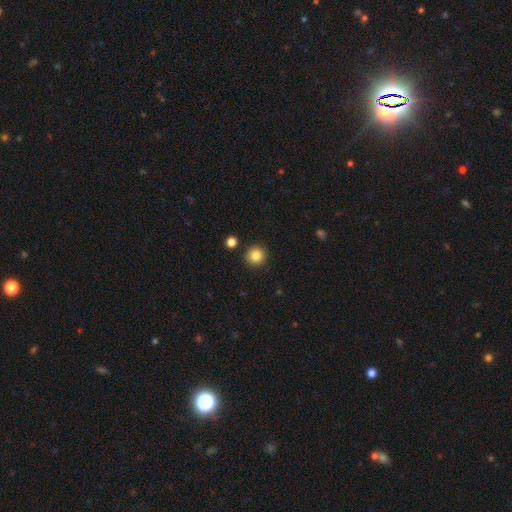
Smooth or featured? 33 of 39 (85%) said smooth. How rounded? 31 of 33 (94%) said round. Merging? 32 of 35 (91%) said none.